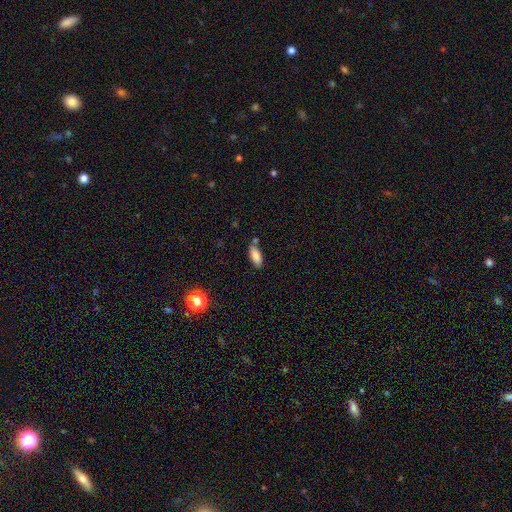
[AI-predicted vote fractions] This is clearly a smooth galaxy (84%). How rounded: likely in between (80%). Merging: likely none (71%).